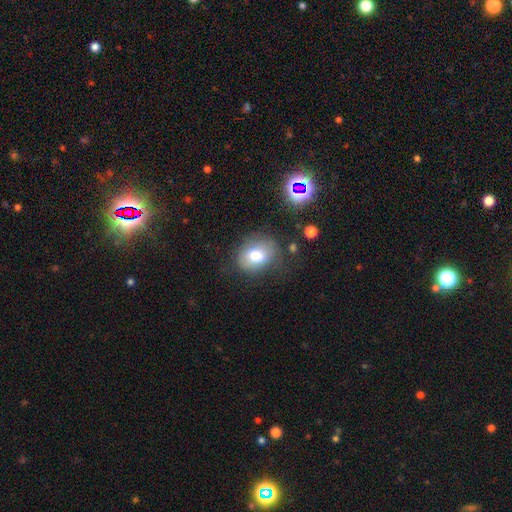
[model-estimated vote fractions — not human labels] Smooth or featured? Predicted: smooth (p=0.75). How rounded? Predicted: in between (p=0.64). Merging? Predicted: none (p=0.63).